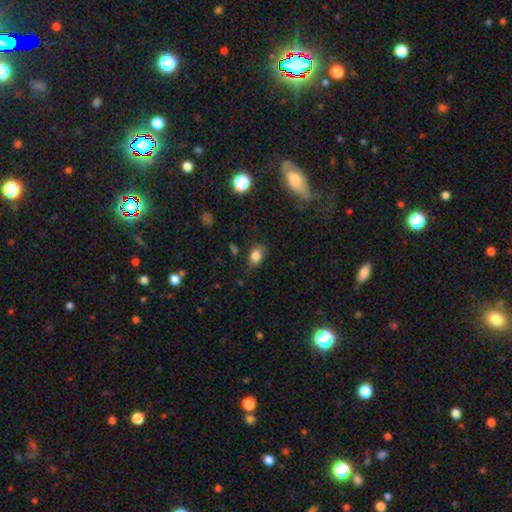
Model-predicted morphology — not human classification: A smooth galaxy with no disk features (81%) that is in between round and cigar-shaped (82%).

Vote fractions:
- Smooth or featured? smooth: 81% / star or artifact: 11% / featured or disk: 8%
- How rounded? in between: 82% / round: 16% / cigar-shaped: 2%
- Merging? none: 74% / minor disturbance: 20% / major disturbance: 5% / merger: 2%